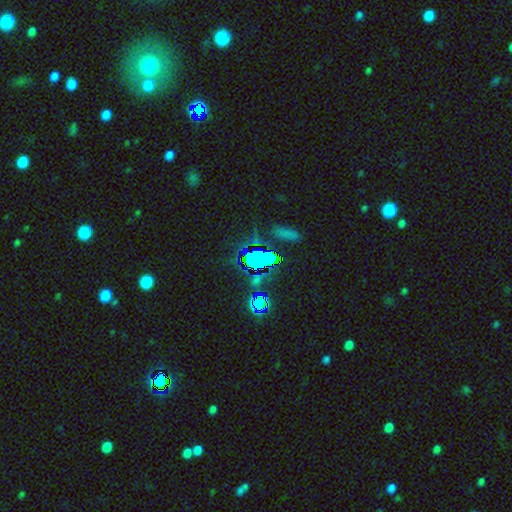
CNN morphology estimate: This is likely a star or artifact rather than a galaxy (69%).